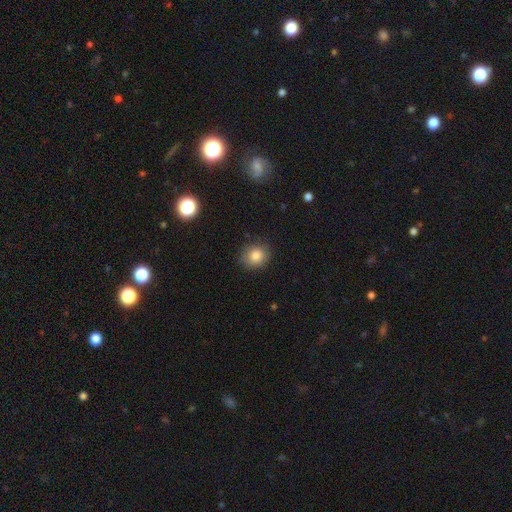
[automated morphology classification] Overall: smooth (85%). How rounded: round (75%). Merging: none (84%).